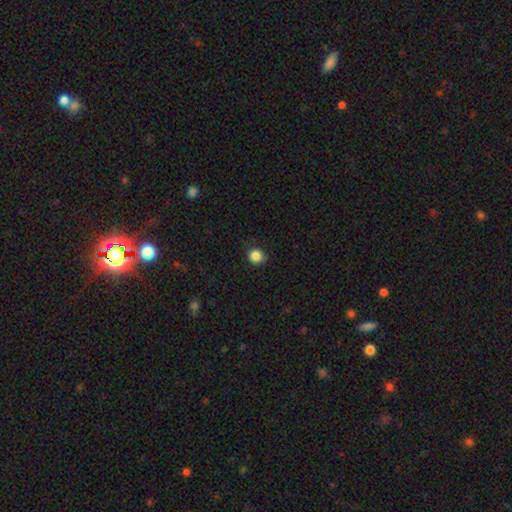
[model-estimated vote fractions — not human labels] smooth 86%, star or artifact 11%, featured or disk 3%. Down the decision tree: how rounded — round (90%); merging — none (89%).